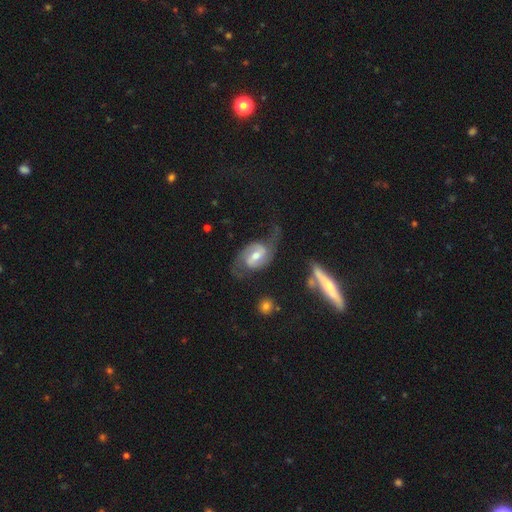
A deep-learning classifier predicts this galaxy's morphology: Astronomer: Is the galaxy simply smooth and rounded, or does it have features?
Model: featured or disk — 86%.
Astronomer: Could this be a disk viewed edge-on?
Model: no — 96%.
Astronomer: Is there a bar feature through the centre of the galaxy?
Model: weak — 47% (runner-up: strong, 32%).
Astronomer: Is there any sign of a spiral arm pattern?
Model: yes — 95%.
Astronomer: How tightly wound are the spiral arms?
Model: medium — 47% (runner-up: loose, 35%).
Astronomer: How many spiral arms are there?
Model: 2 — 91%.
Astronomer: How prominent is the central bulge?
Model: moderate — 63%.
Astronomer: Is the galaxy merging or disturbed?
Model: none — 61%.